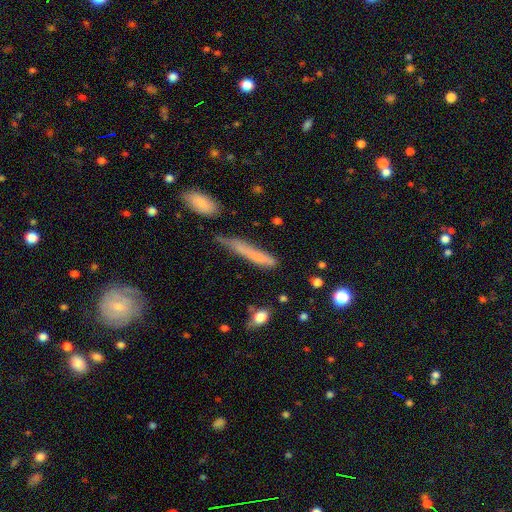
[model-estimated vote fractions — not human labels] Smooth or featured: smooth — 66% (featured or disk — 24%)
How rounded: cigar-shaped — 89% (in between — 8%)
Merging: none — 47% (minor disturbance — 28%)